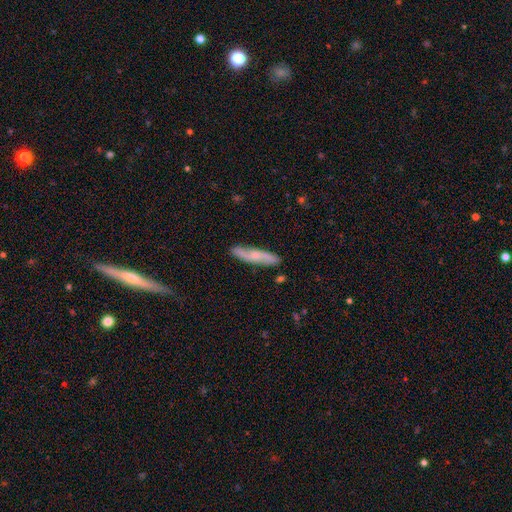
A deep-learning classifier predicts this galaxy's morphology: smooth-or-featured: featured or disk: 52% | smooth: 42% | star or artifact: 6%
  disk-edge-on: no: 58% | yes: 42%
  merging: none: 84% | minor disturbance: 12% | major disturbance: 2% | merger: 2%